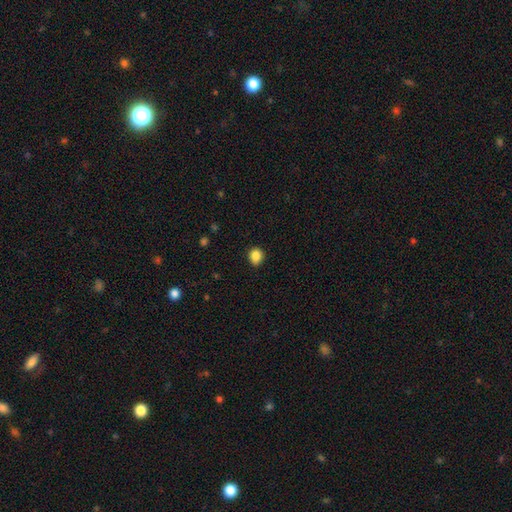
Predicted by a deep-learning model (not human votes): Smooth or featured?
  - smooth: 86% *
  - star or artifact: 10%
  - featured or disk: 4%
How rounded?
  - round: 72% *
  - in between: 27%
  - cigar-shaped: 1%
Merging?
  - none: 84% *
  - minor disturbance: 12%
  - major disturbance: 2%
  - merger: 1%